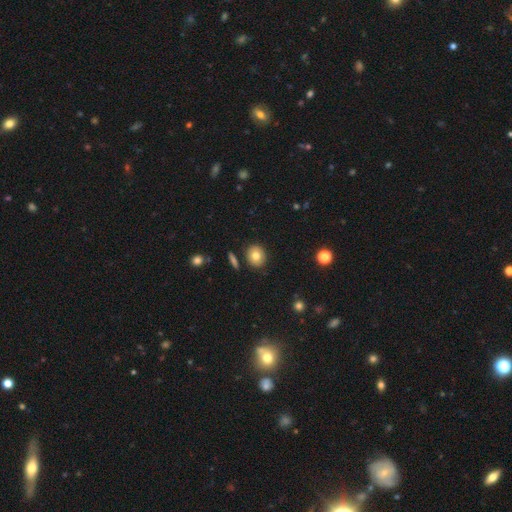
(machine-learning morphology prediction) smooth 79%, featured or disk 12%, star or artifact 10%. Down the decision tree: how rounded — round (72%); merging — none (87%).